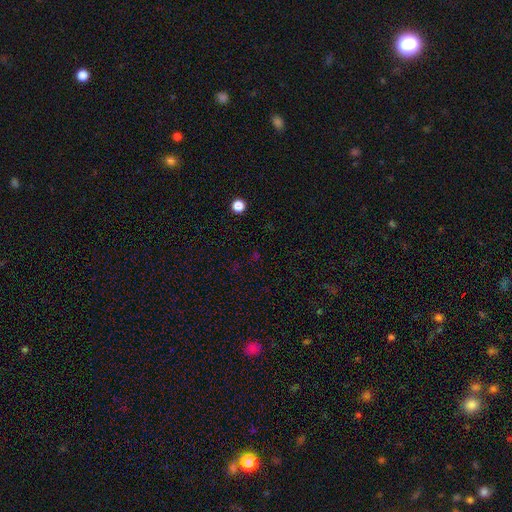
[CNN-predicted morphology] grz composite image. It shows a star or artifact, not a galaxy (61%).